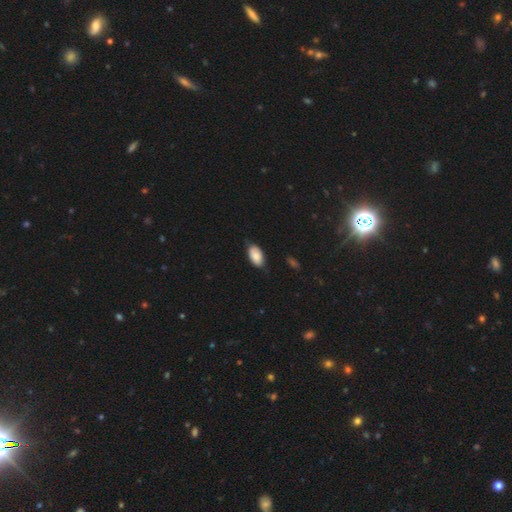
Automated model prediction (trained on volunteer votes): Smooth or featured?
  - smooth: 84% *
  - featured or disk: 9%
  - star or artifact: 6%
How rounded?
  - in between: 95% *
  - round: 3%
  - cigar-shaped: 2%
Merging?
  - none: 75% *
  - minor disturbance: 20%
  - major disturbance: 3%
  - merger: 1%